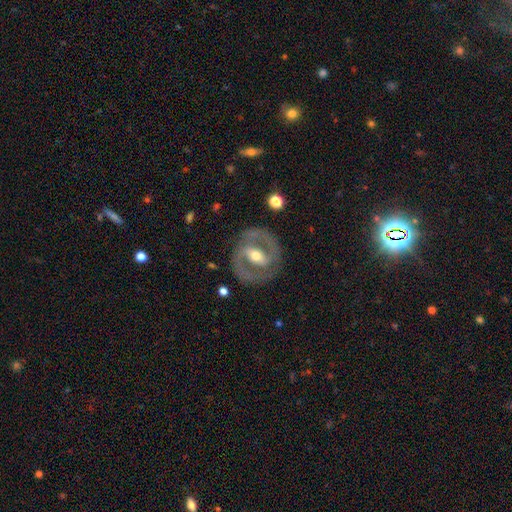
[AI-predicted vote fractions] Overall: featured or disk (86%). Edge-on disk: no (97%). Bar: strong (48%; weak 36%). Spiral arms: yes (87%). Spiral arm count: 2 (90%). Spiral winding: medium (53%; tight 35%). Bulge size: moderate (69%). Merging: none (84%).